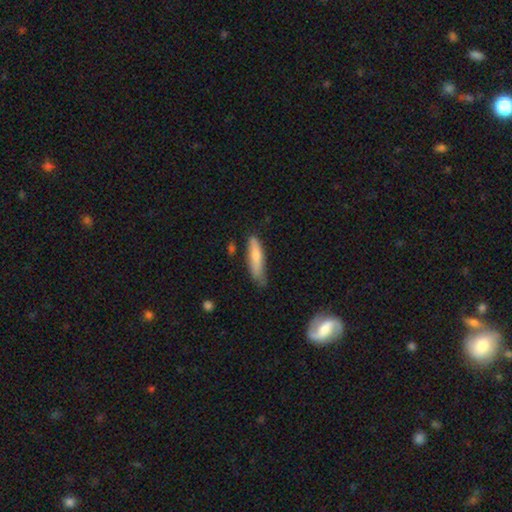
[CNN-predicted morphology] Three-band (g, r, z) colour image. It shows a smooth galaxy with no disk features (74%) that is cigar-shaped (74%). Merging: none (58%).